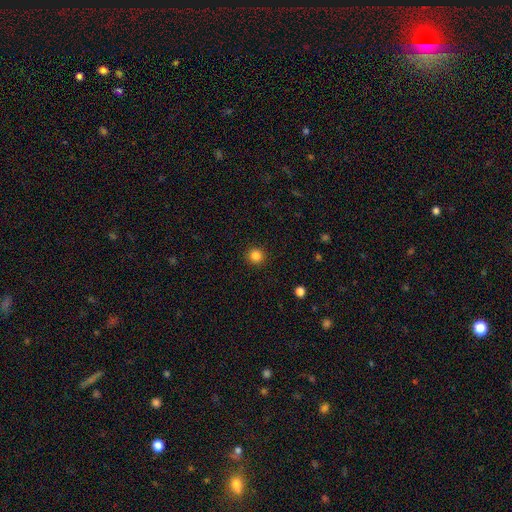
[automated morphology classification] A smooth galaxy with no disk features (84%) that is round (94%).

Vote fractions:
- Smooth or featured? smooth: 84% / star or artifact: 12% / featured or disk: 4%
- How rounded? round: 94% / in between: 5% / cigar-shaped: 1%
- Merging? none: 92% / minor disturbance: 5% / major disturbance: 2% / merger: 1%